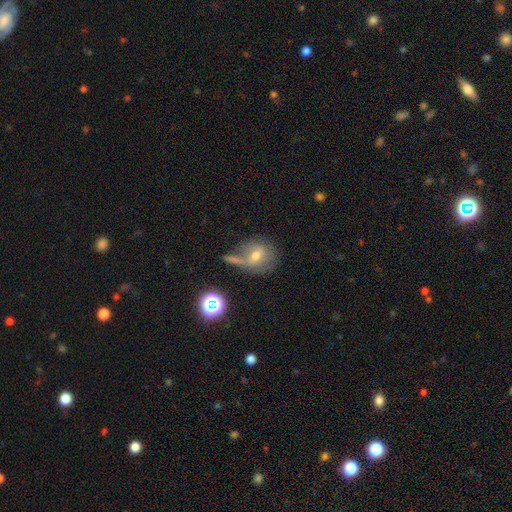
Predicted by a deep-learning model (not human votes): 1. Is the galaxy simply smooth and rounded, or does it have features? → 54% smooth, 30% featured or disk, 16% star or artifact.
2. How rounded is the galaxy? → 65% round, 32% in between, 2% cigar-shaped.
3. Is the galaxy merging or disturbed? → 43% none, 21% merger, 20% minor disturbance, 16% major disturbance.